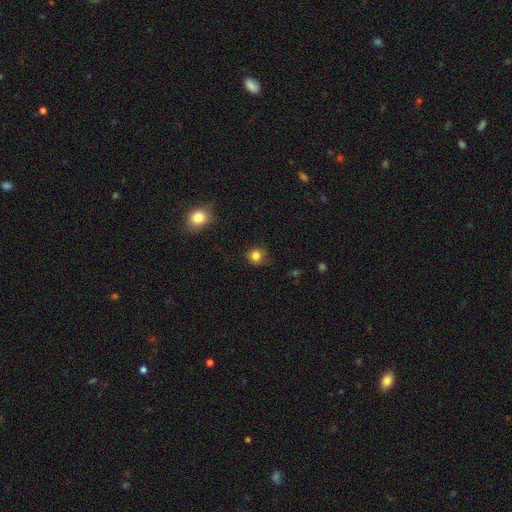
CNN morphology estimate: smooth_or_featured: smooth (p=0.83) [alt: star or artifact p=0.12]
how_rounded: round (p=0.89) [alt: in between p=0.10]
merging: none (p=0.79) [alt: minor disturbance p=0.16]